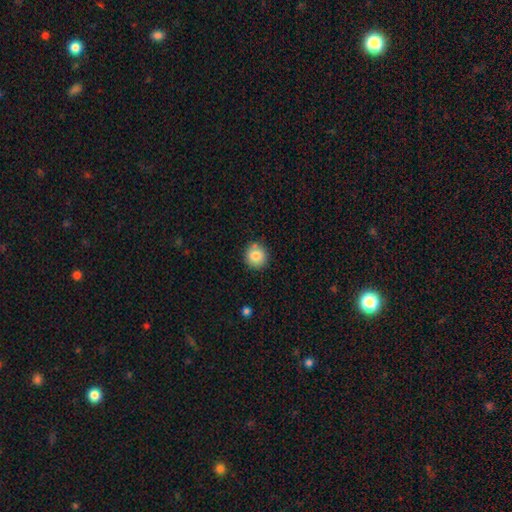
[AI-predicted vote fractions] Q: Smooth or featured?
A: smooth (83%); runner-up: star or artifact (9%)
Q: How rounded?
A: round (90%); runner-up: in between (9%)
Q: Merging?
A: none (82%); runner-up: minor disturbance (11%)